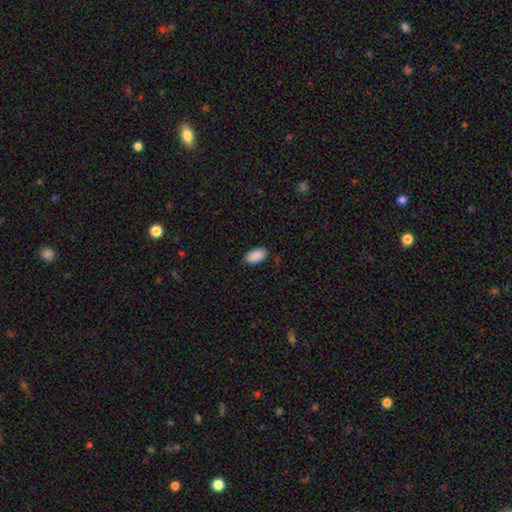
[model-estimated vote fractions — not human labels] smooth 91%, star or artifact 7%, featured or disk 3%. Down the decision tree: how rounded — in between (95%); merging — none (87%).